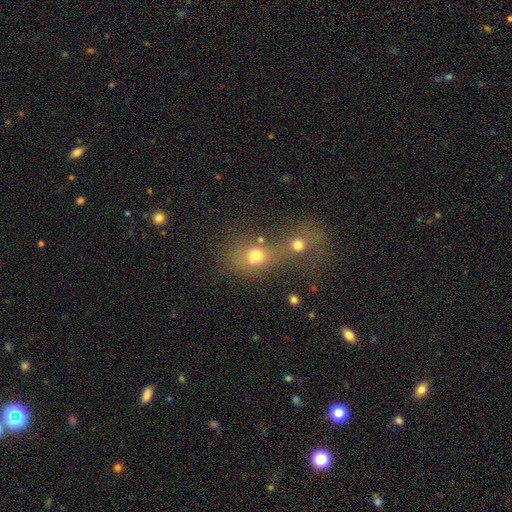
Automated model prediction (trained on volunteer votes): smooth 68%, star or artifact 17%, featured or disk 15%. Down the decision tree: how rounded — round (63%); merging — merger (60%).